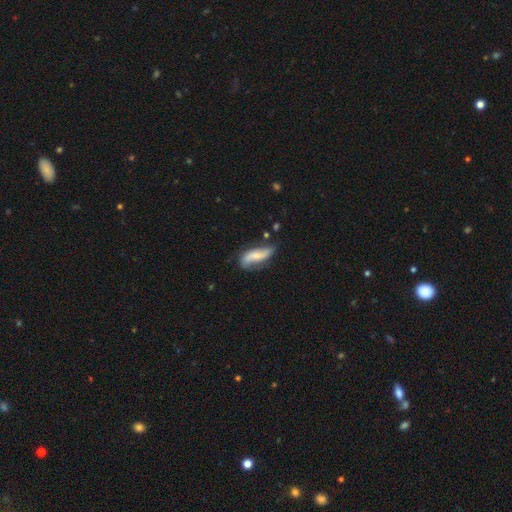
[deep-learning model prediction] Smooth or featured: featured or disk — 56% (smooth — 37%)
Edge-on disk: no — 87% (yes — 13%)
Merging: none — 61% (minor disturbance — 26%)